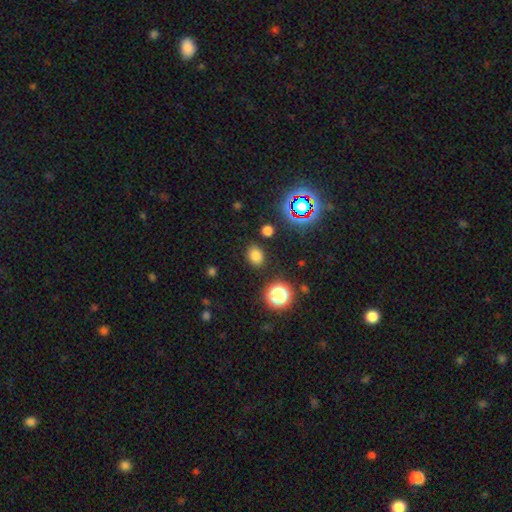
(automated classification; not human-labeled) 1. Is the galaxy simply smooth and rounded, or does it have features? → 76% smooth, 19% star or artifact, 5% featured or disk.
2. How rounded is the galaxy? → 58% in between, 41% round, 1% cigar-shaped.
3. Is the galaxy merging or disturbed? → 85% none, 10% minor disturbance, 3% major disturbance, 2% merger.